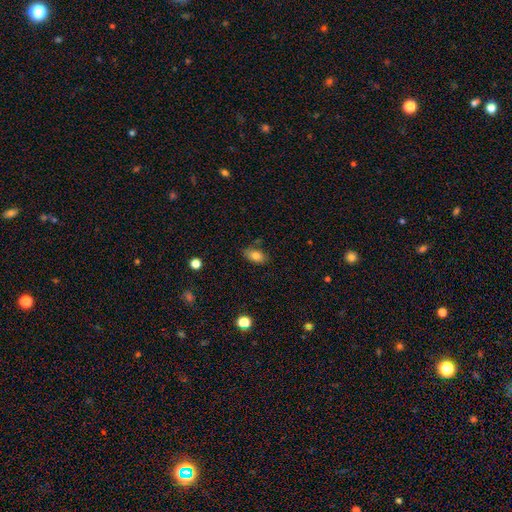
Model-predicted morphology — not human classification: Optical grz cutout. It shows a smooth galaxy with no disk features (80%) that is in between round and cigar-shaped (89%). Merging: none (75%).